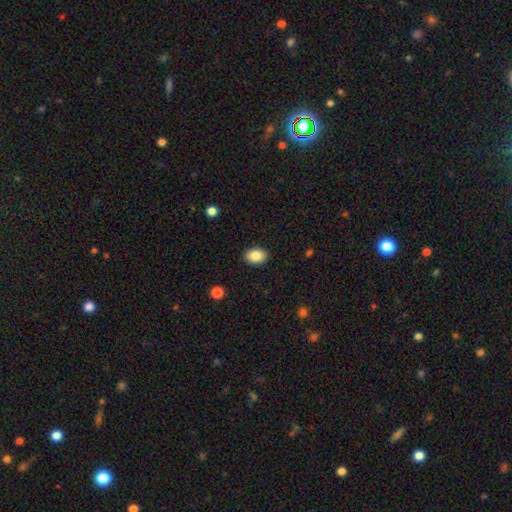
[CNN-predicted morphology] Smooth or featured: smooth — 86% (star or artifact — 8%)
How rounded: in between — 79% (round — 20%)
Merging: none — 89% (minor disturbance — 8%)